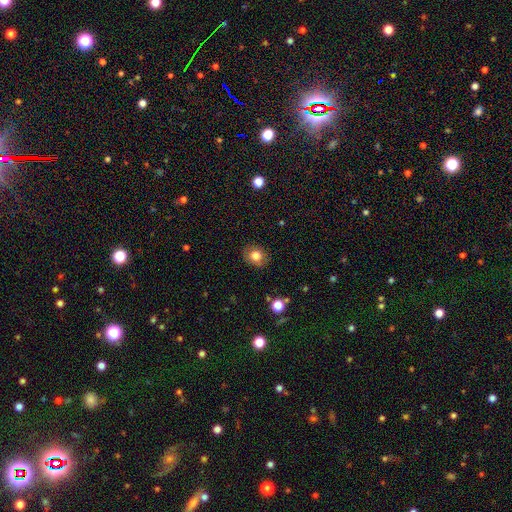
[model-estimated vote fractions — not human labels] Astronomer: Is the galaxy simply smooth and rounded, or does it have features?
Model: smooth — 79%.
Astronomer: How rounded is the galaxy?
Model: round — 64%.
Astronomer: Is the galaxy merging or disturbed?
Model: none — 85%.